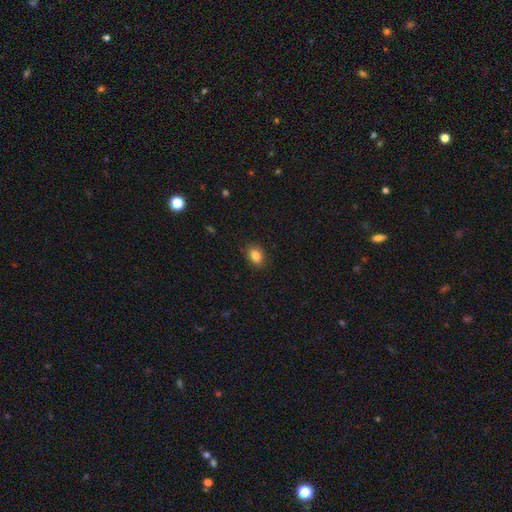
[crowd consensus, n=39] Smooth or featured: smooth — 82% (star or artifact — 10%)
How rounded: in between — 78% (round — 22%)
Merging: none — 74% (minor disturbance — 23%)